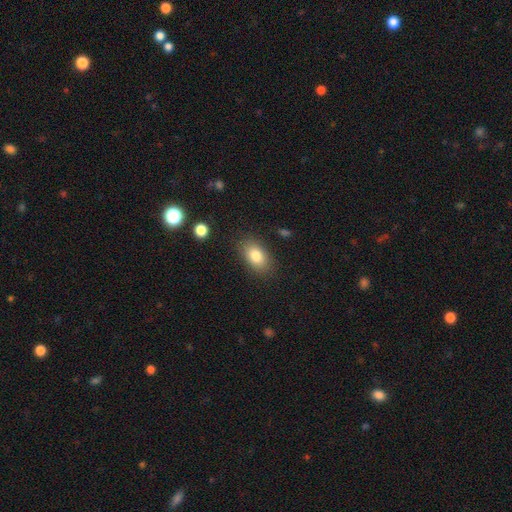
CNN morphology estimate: smooth-or-featured: smooth: 82% | featured or disk: 10% | star or artifact: 8%
  how-rounded: in between: 88% | round: 10% | cigar-shaped: 2%
  merging: none: 85% | minor disturbance: 11% | major disturbance: 3% | merger: 1%